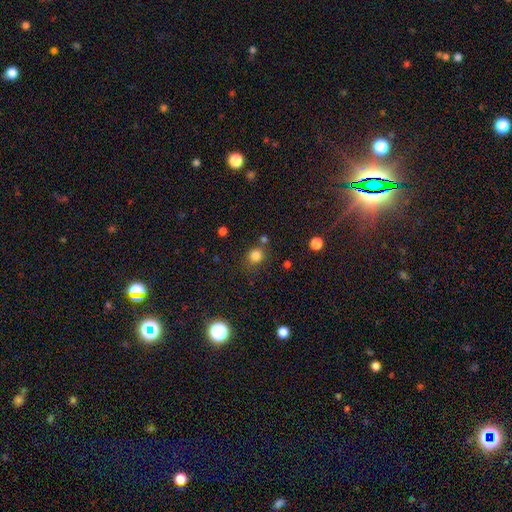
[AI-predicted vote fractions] smooth 81%, star or artifact 14%, featured or disk 5%. Down the decision tree: how rounded — round (83%); merging — none (70%).